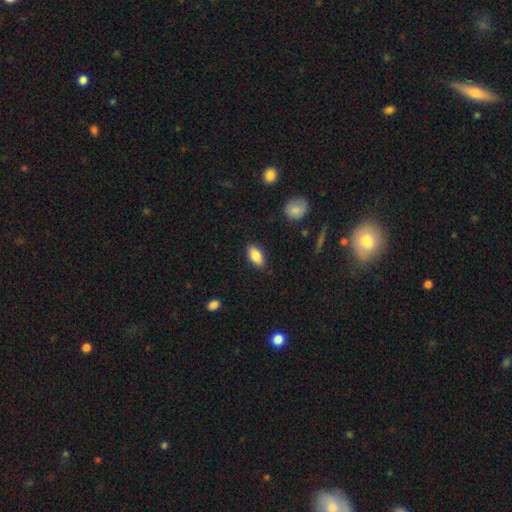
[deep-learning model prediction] Q: Smooth or featured?
A: smooth (86%); runner-up: featured or disk (7%)
Q: How rounded?
A: in between (91%); runner-up: round (4%)
Q: Merging?
A: none (86%); runner-up: minor disturbance (10%)